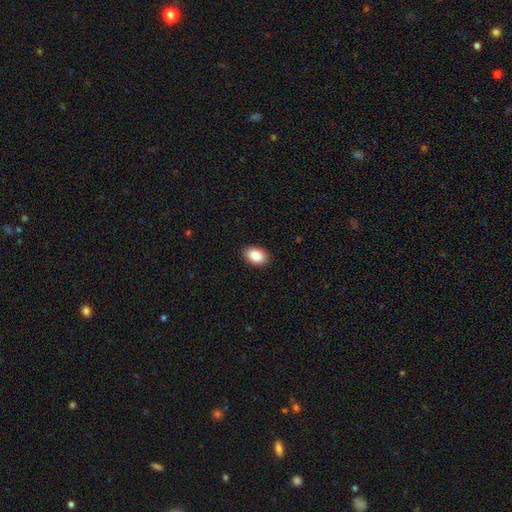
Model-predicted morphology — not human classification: Smooth or featured: smooth — 89% (star or artifact — 7%)
How rounded: in between — 86% (round — 12%)
Merging: none — 90% (minor disturbance — 7%)